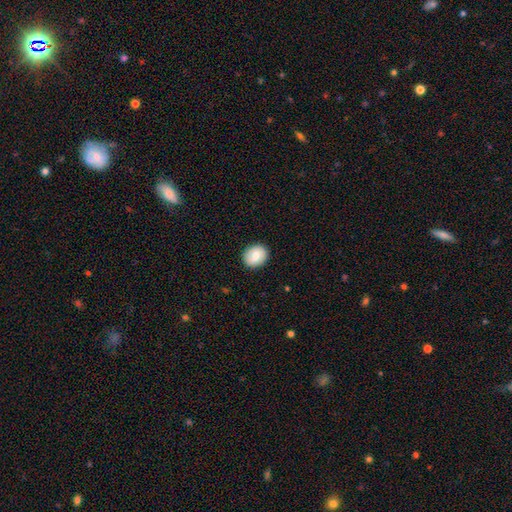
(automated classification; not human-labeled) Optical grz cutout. It shows a smooth galaxy with no disk features (75%) that is round (54%). Merging: none (89%).